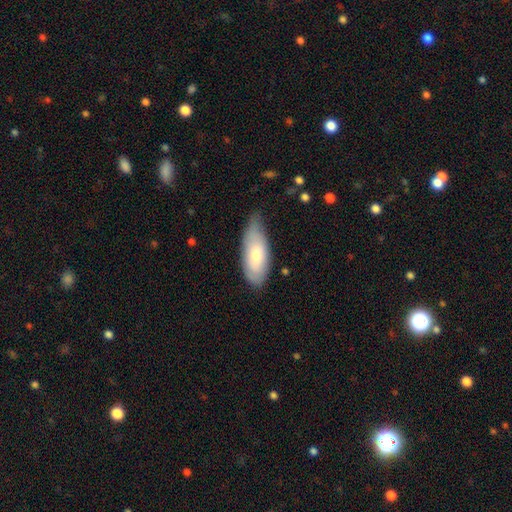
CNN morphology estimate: Overall: smooth (67%). How rounded: in between (81%). Merging: none (56%; minor disturbance 36%).